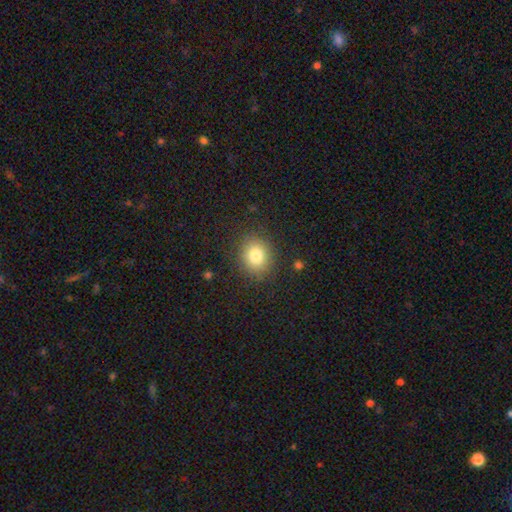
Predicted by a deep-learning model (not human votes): Morphology: type=smooth (79%); roundness=round (73%); merging=none (87%).